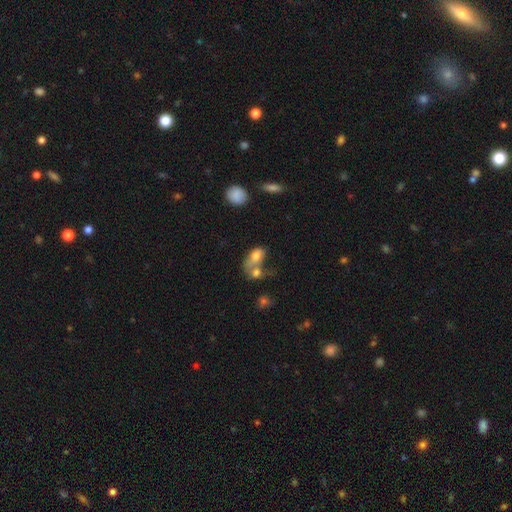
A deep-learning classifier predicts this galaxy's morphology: A smooth galaxy with no disk features (69%) that is in between round and cigar-shaped (84%). Merging: merger (60%).